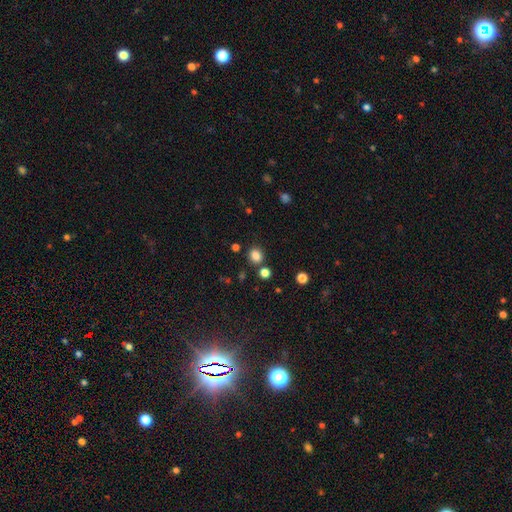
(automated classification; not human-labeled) This appears to be a smooth galaxy with no disk features (82%) that is round (76%). Merging: none (80%).